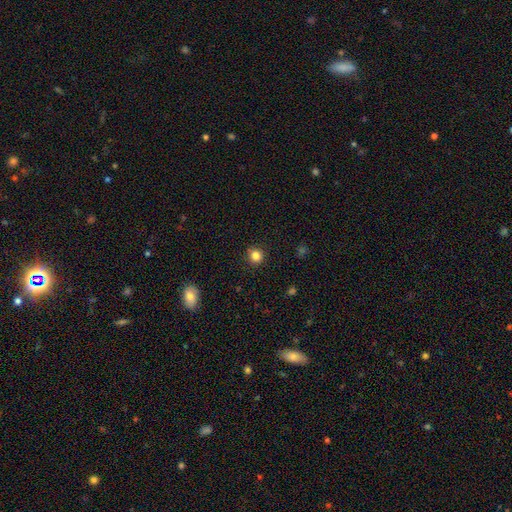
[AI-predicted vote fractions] Smooth or featured? Predicted: smooth (p=0.83). How rounded? Predicted: round (p=0.93). Merging? Predicted: none (p=0.91).